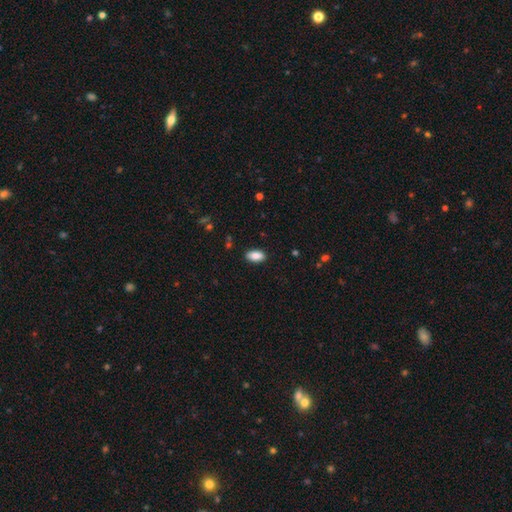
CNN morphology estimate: smooth-or-featured: smooth: 88% | star or artifact: 7% | featured or disk: 5%
  how-rounded: in between: 93% | cigar-shaped: 4% | round: 3%
  merging: none: 88% | minor disturbance: 9% | major disturbance: 2% | merger: 1%